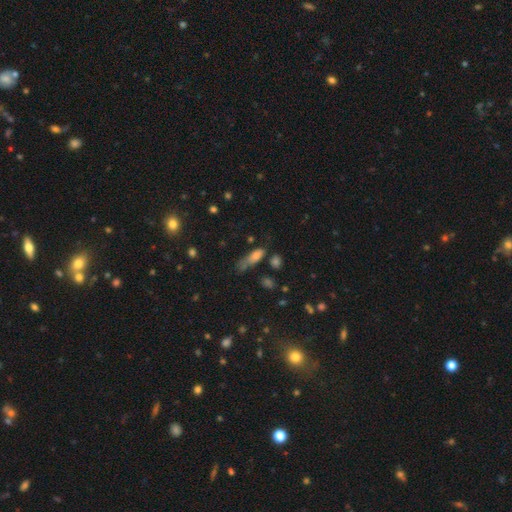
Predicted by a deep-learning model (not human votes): A smooth galaxy with no disk features (73%) that is in between round and cigar-shaped (58%).

Vote fractions:
- Smooth or featured? smooth: 73% / featured or disk: 14% / star or artifact: 13%
- How rounded? in between: 58% / cigar-shaped: 37% / round: 5%
- Merging? none: 32% / minor disturbance: 30% / major disturbance: 28% / merger: 11%